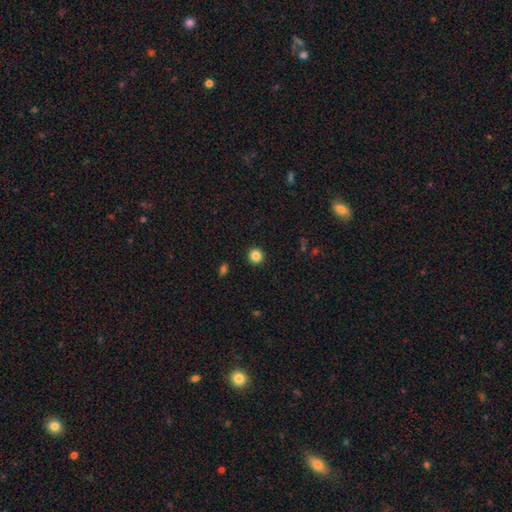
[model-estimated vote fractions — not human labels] A smooth galaxy with no disk features (85%) that is round (94%).

Vote fractions:
- Smooth or featured? smooth: 85% / star or artifact: 11% / featured or disk: 4%
- How rounded? round: 94% / in between: 5% / cigar-shaped: 1%
- Merging? none: 93% / minor disturbance: 5% / major disturbance: 2% / merger: 1%